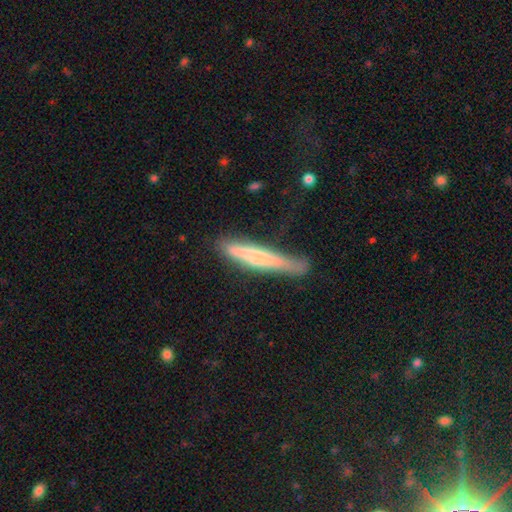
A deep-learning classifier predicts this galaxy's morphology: The model was most divided on "smooth or featured": smooth: 58%, featured or disk: 35%, star or artifact: 7%. More confident: how rounded — cigar-shaped (94%); merging — none (55%).